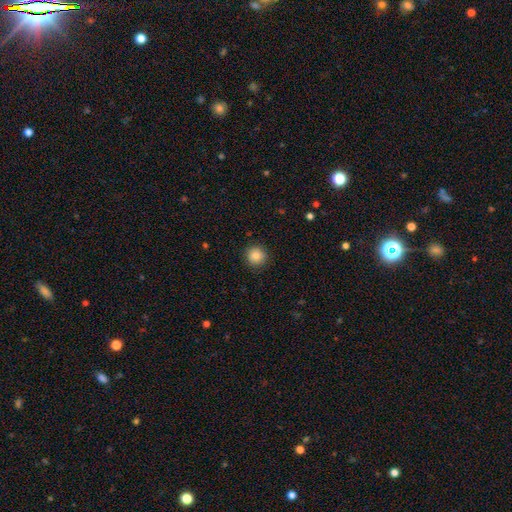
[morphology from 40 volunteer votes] This is clearly a smooth galaxy (85%). How rounded: clearly round (97%). Merging: clearly none (89%).